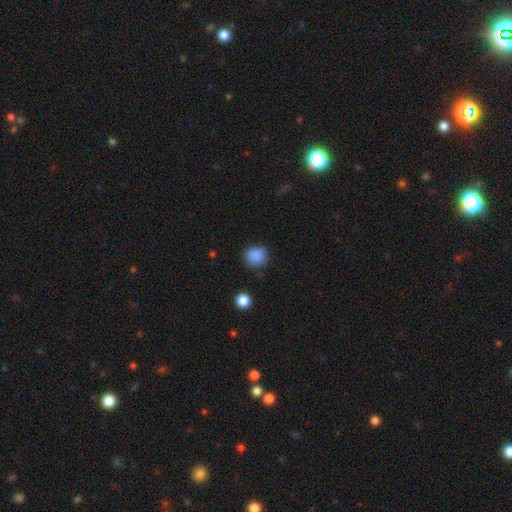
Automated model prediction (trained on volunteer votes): Smooth or featured? Predicted: smooth (p=0.87). How rounded? Predicted: round (p=0.81). Merging? Predicted: none (p=0.83).